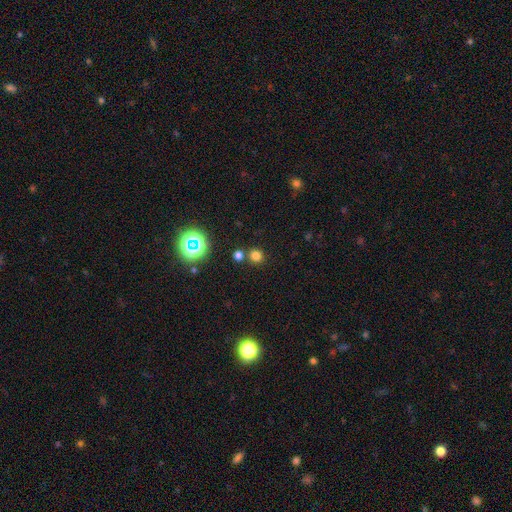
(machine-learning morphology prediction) Q: Smooth or featured?
A: smooth (72%); runner-up: star or artifact (22%)
Q: How rounded?
A: round (89%); runner-up: in between (10%)
Q: Merging?
A: none (74%); runner-up: merger (16%)